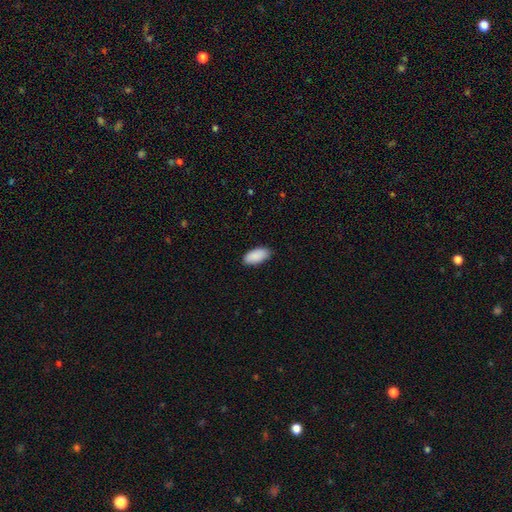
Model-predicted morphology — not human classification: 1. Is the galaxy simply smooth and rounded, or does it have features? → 90% smooth, 6% star or artifact, 4% featured or disk.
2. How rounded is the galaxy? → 94% in between, 4% cigar-shaped, 2% round.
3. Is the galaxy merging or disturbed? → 87% none, 10% minor disturbance, 2% major disturbance, 1% merger.